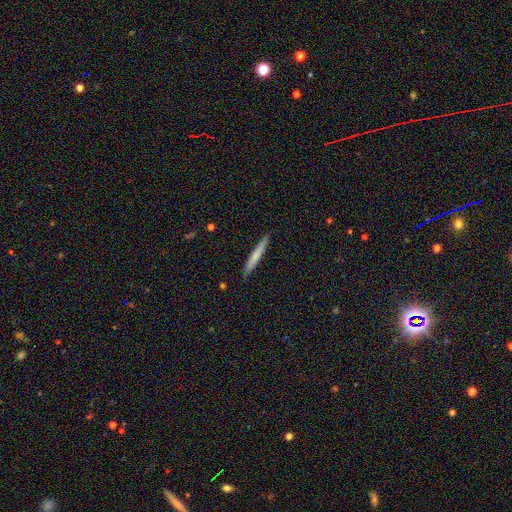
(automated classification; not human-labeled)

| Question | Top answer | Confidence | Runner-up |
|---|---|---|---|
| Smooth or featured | smooth | 62% | featured or disk (33%) |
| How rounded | cigar-shaped | 96% | in between (3%) |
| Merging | none | 91% | minor disturbance (7%) |